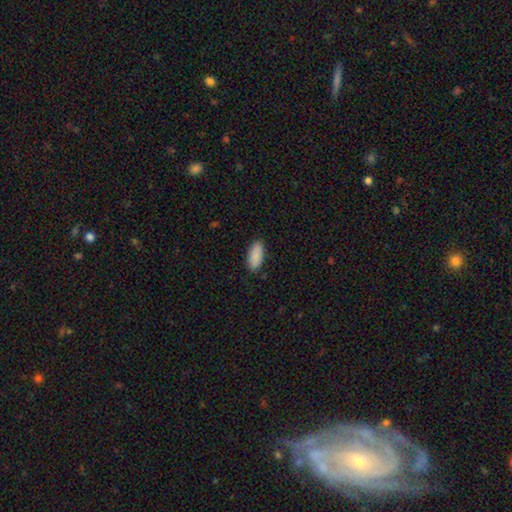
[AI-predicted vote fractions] Overall: smooth (89%). How rounded: in between (88%). Merging: none (85%).